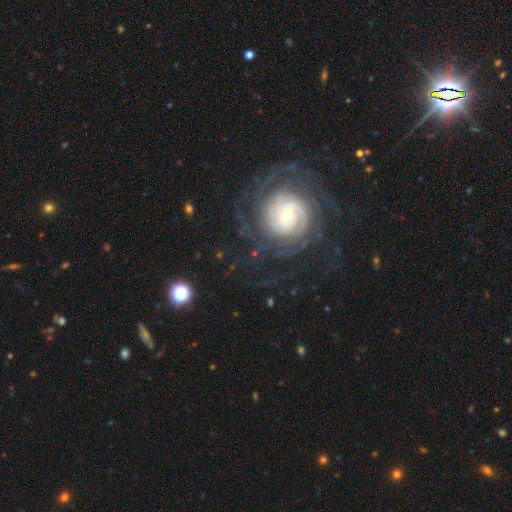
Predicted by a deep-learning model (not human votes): Smooth or featured: featured or disk — 72% (smooth — 15%)
Edge-on disk: no — 96% (yes — 4%)
Bar: no — 53% (weak — 33%)
Spiral arms: yes — 85% (no — 15%)
Spiral winding: tight — 68% (medium — 23%)
Spiral arm count: can't tell — 44% (2 — 21%)
Bulge size: small — 48% (moderate — 39%)
Merging: none — 76% (minor disturbance — 11%)